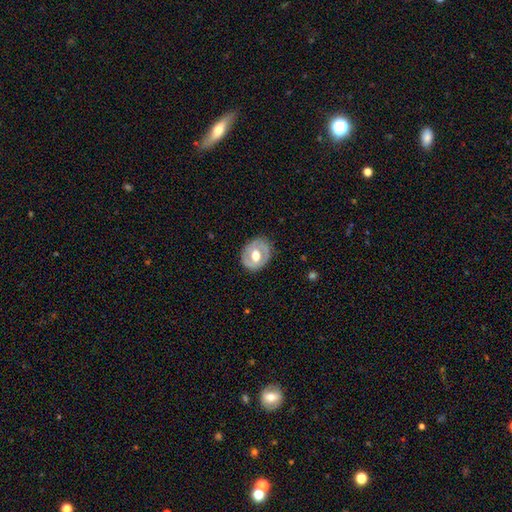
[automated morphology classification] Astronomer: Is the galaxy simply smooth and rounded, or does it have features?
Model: featured or disk — 59% (runner-up: smooth, 36%).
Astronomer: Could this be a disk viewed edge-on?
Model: no — 95%.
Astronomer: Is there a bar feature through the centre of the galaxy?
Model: no — 57%.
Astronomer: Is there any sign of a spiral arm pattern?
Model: no — 63%.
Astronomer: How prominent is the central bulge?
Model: moderate — 59%.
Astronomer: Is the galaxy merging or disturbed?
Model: none — 80%.